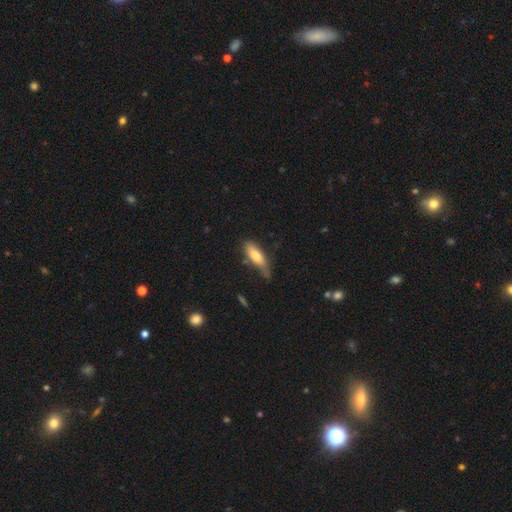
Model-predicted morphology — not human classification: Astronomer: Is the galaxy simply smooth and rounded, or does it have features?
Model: smooth — 73%.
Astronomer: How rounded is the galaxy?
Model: in between — 54% (runner-up: cigar-shaped, 44%).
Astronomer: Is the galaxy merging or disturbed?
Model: none — 54% (runner-up: minor disturbance, 34%).